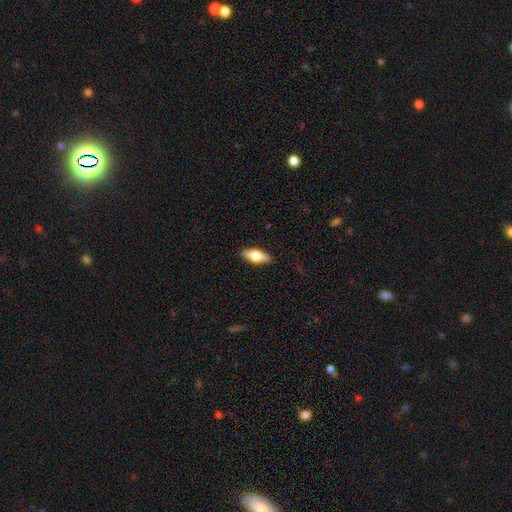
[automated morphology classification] This is possibly a smooth galaxy (57%). How rounded: likely in between (71%). Merging: clearly none (89%).